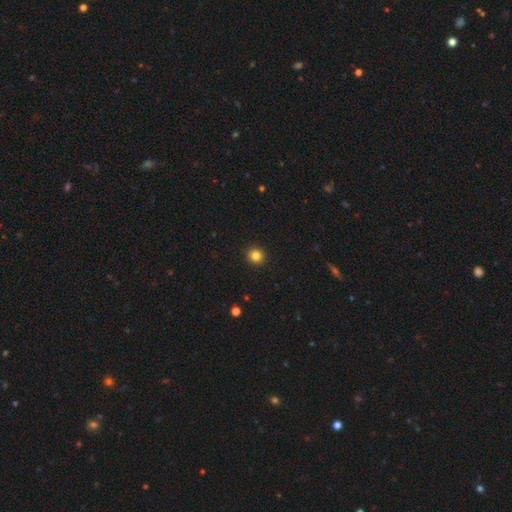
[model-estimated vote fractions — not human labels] This is clearly a smooth galaxy (83%). How rounded: clearly round (94%). Merging: clearly none (93%).